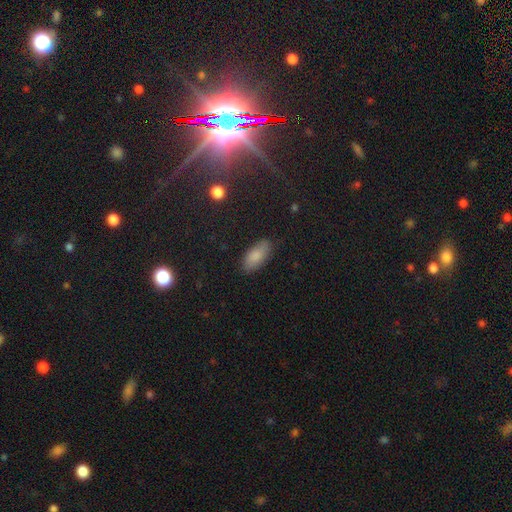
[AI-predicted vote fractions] Smooth or featured: smooth — 85% (featured or disk — 8%)
How rounded: in between — 88% (cigar-shaped — 10%)
Merging: none — 84% (minor disturbance — 12%)